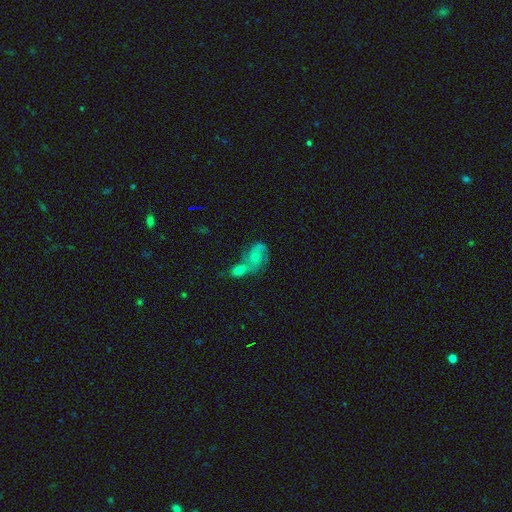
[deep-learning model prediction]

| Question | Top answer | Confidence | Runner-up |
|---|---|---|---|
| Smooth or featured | featured or disk | 50% | smooth (39%) |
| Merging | merger | 57% | none (24%) |